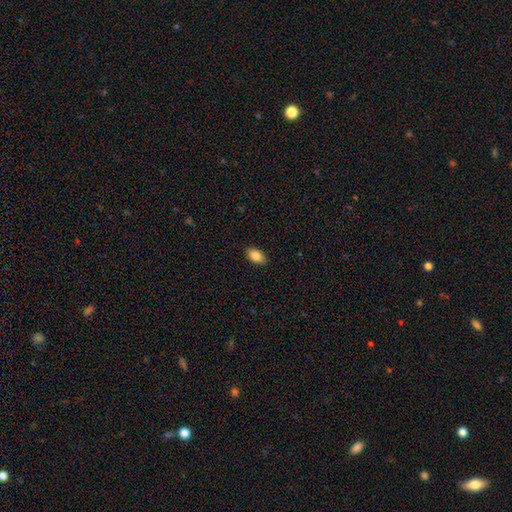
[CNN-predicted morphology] smooth-or-featured: smooth: 86% | star or artifact: 7% | featured or disk: 7%
  how-rounded: in between: 93% | round: 5% | cigar-shaped: 2%
  merging: none: 89% | minor disturbance: 8% | major disturbance: 2% | merger: 1%